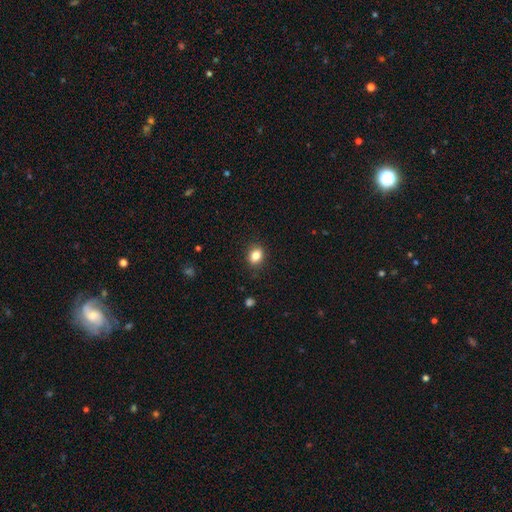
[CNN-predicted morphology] A smooth galaxy with no disk features (83%) that is in between round and cigar-shaped (52%).

Vote fractions:
- Smooth or featured? smooth: 83% / star or artifact: 10% / featured or disk: 6%
- How rounded? in between: 52% / round: 47% / cigar-shaped: 1%
- Merging? none: 87% / minor disturbance: 10% / major disturbance: 2% / merger: 1%